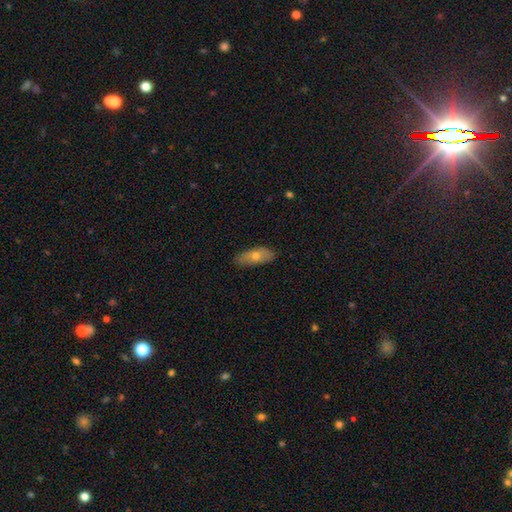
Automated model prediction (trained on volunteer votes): This is likely a smooth galaxy (62%). How rounded: likely in between (71%). Merging: clearly none (82%).